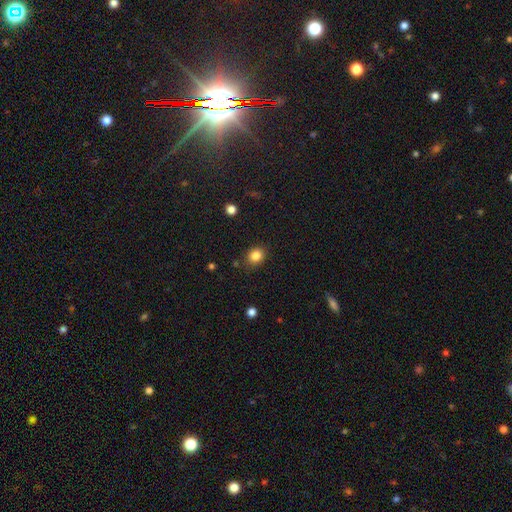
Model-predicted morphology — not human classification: A smooth galaxy with no disk features (84%) that is round (69%). Merging: none (84%).